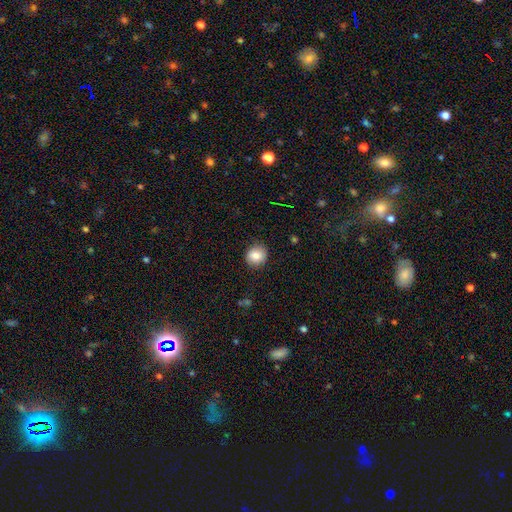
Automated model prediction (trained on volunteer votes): smooth_or_featured: smooth (p=0.83) [alt: star or artifact p=0.09]
how_rounded: round (p=0.81) [alt: in between p=0.18]
merging: none (p=0.85) [alt: minor disturbance p=0.11]